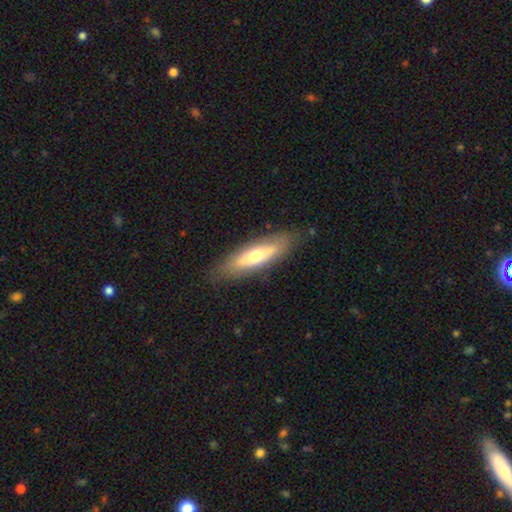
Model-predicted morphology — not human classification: This is possibly a smooth galaxy (52%). How rounded: possibly cigar-shaped (53%). Merging: clearly none (80%).